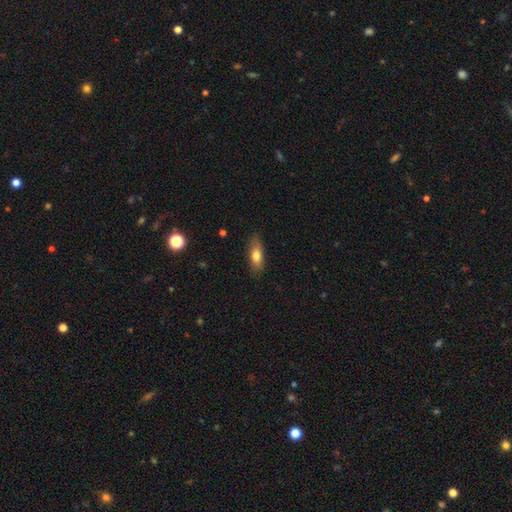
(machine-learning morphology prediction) Smooth or featured?
  - smooth: 69% *
  - featured or disk: 24%
  - star or artifact: 7%
How rounded?
  - in between: 61% *
  - cigar-shaped: 36%
  - round: 4%
Merging?
  - none: 82% *
  - minor disturbance: 14%
  - major disturbance: 3%
  - merger: 1%